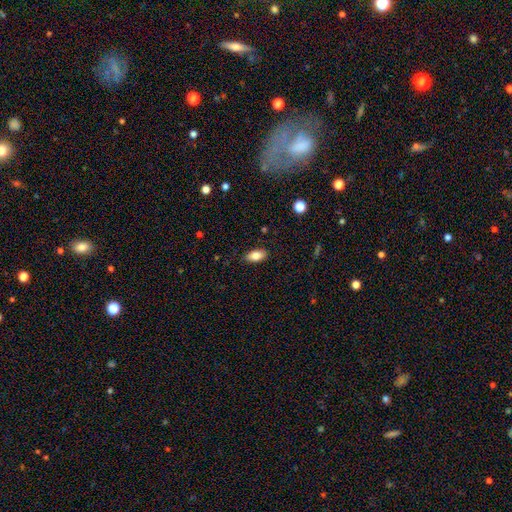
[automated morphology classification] type=smooth (82%); roundness=in between (91%); merging=none (85%).